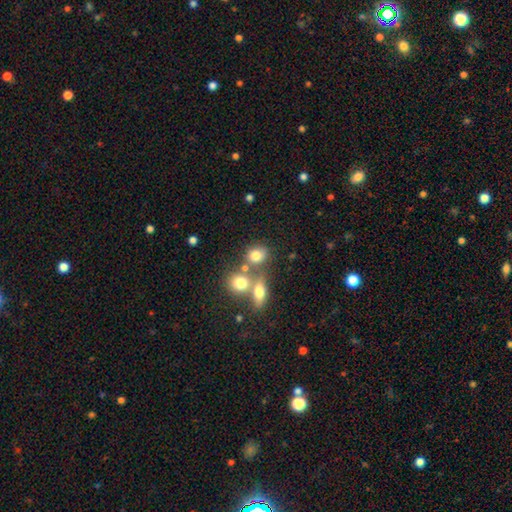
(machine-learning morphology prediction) A smooth galaxy with no disk features (76%) that is round (60%). Merging: none (51%).